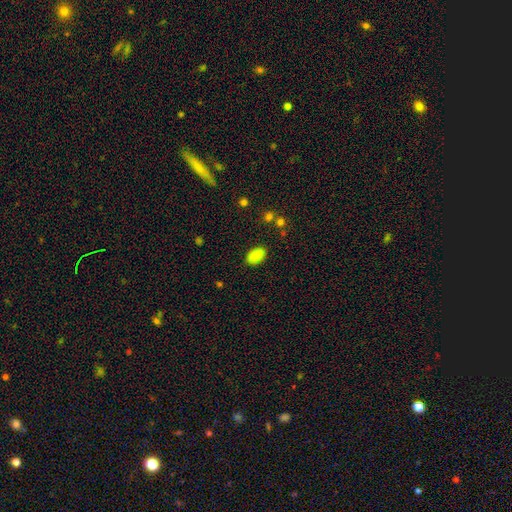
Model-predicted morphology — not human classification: Smooth or featured? smooth (87%)
How rounded? in between (92%)
Merging? none (87%)